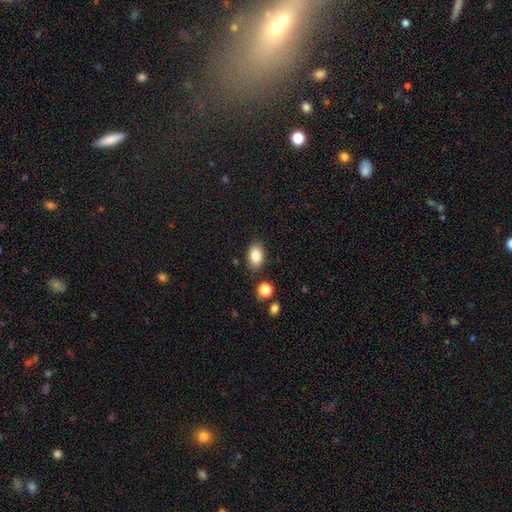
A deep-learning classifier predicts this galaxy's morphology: smooth_or_featured: smooth (p=0.84) [alt: star or artifact p=0.09]
how_rounded: in between (p=0.86) [alt: round p=0.13]
merging: none (p=0.84) [alt: minor disturbance p=0.10]